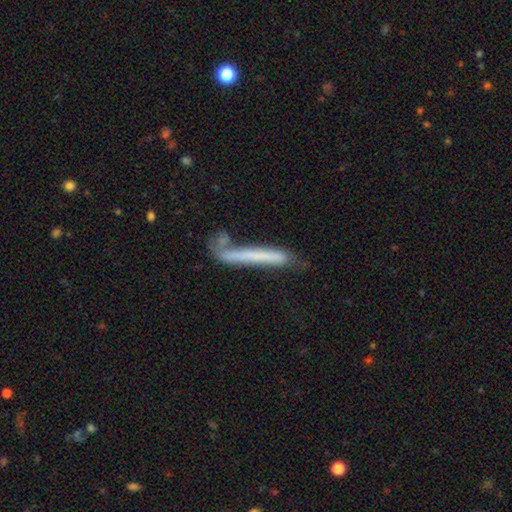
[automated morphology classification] A smooth galaxy with no disk features (56%) that is cigar-shaped (96%).

Vote fractions:
- Smooth or featured? smooth: 56% / featured or disk: 37% / star or artifact: 7%
- How rounded? cigar-shaped: 96% / in between: 3% / round: 1%
- Merging? none: 53% / minor disturbance: 22% / merger: 14% / major disturbance: 11%